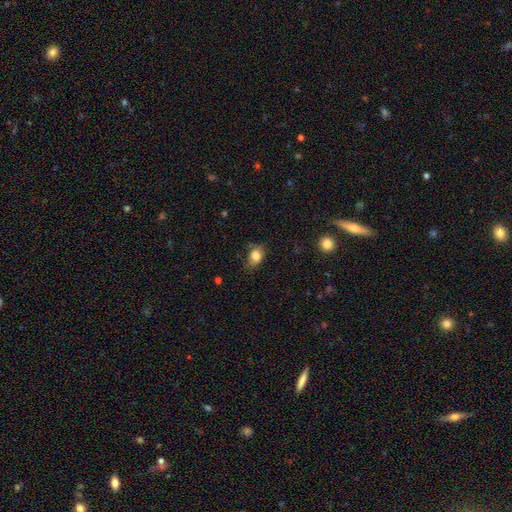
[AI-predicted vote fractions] Smooth or featured: smooth — 82% (star or artifact — 10%)
How rounded: in between — 64% (round — 35%)
Merging: none — 66% (minor disturbance — 26%)